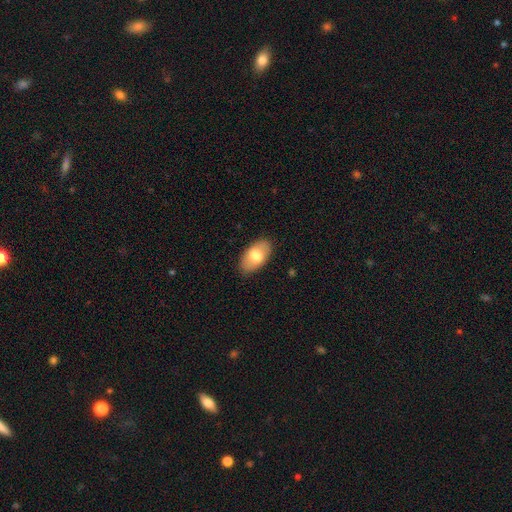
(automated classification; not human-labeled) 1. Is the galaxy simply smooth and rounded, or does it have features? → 71% smooth, 22% featured or disk, 6% star or artifact.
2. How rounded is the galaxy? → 94% in between, 4% round, 2% cigar-shaped.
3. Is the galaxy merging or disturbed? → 86% none, 10% minor disturbance, 2% major disturbance, 1% merger.